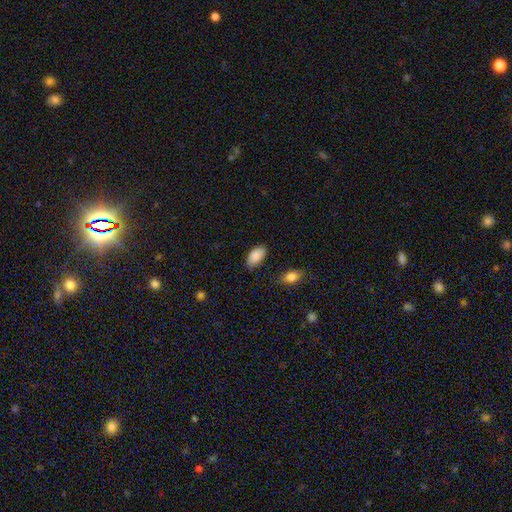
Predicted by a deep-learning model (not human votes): Overall: smooth (89%). How rounded: in between (94%). Merging: none (81%).